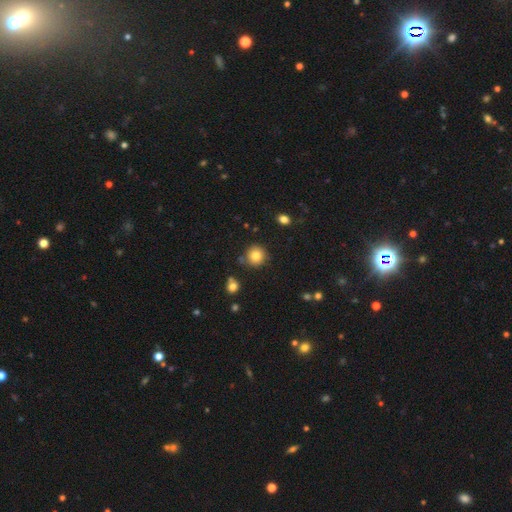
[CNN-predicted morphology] type=smooth (82%); roundness=round (93%); merging=none (83%).